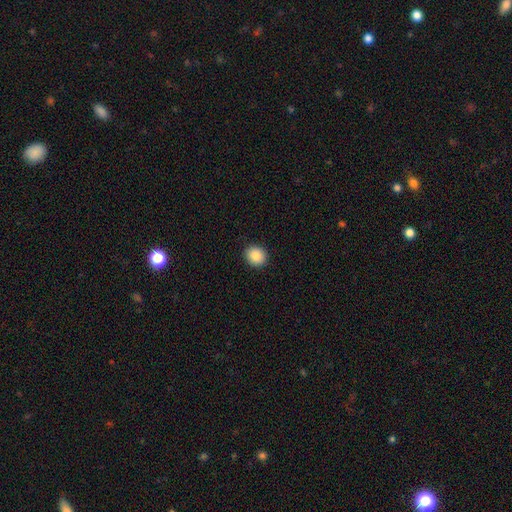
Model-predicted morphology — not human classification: This appears to be a smooth galaxy with no disk features (88%) that is round (76%). Merging: none (92%).